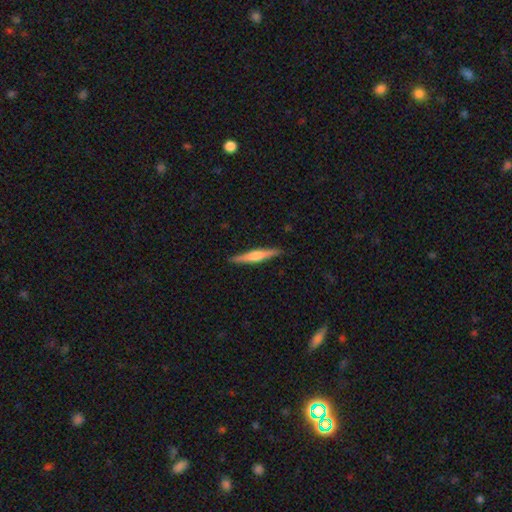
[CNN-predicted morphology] Smooth or featured: featured or disk — 61% (smooth — 33%)
Edge-on disk: yes — 98% (no — 2%)
Edge-on bulge: rounded — 77% (boxy — 14%)
Merging: none — 91% (minor disturbance — 7%)